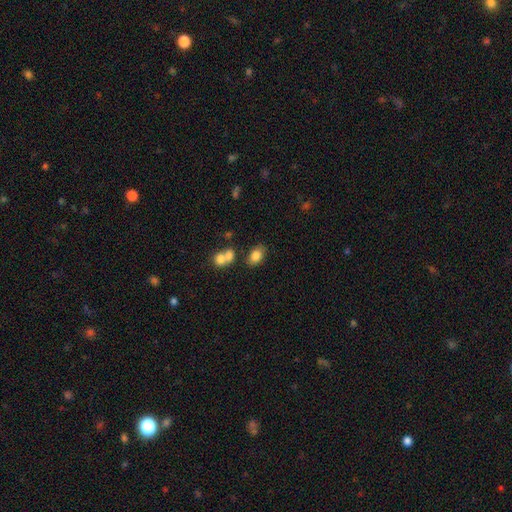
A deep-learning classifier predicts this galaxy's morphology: smooth_or_featured: smooth (p=0.82) [alt: star or artifact p=0.09]
how_rounded: in between (p=0.82) [alt: round p=0.17]
merging: none (p=0.67) [alt: merger p=0.16]